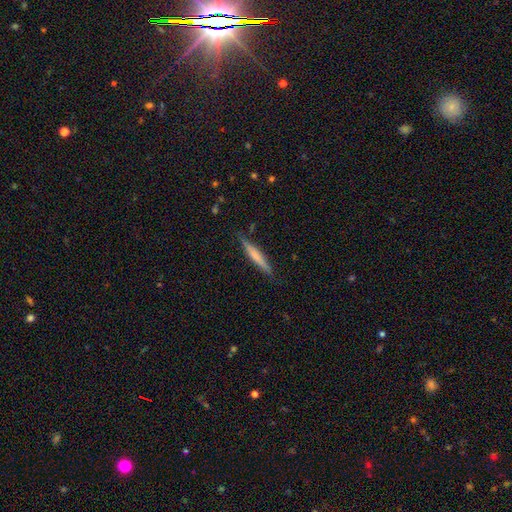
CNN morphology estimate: A smooth galaxy with no disk features (56%) that is cigar-shaped (94%). Merging: none (86%).